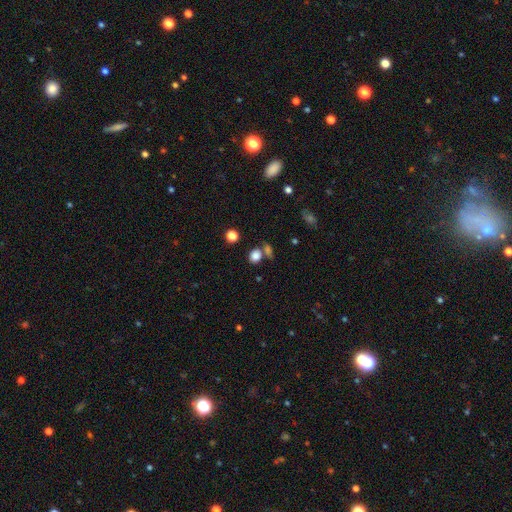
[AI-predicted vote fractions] smooth 82%, star or artifact 12%, featured or disk 6%. Down the decision tree: how rounded — round (61%); merging — none (62%).